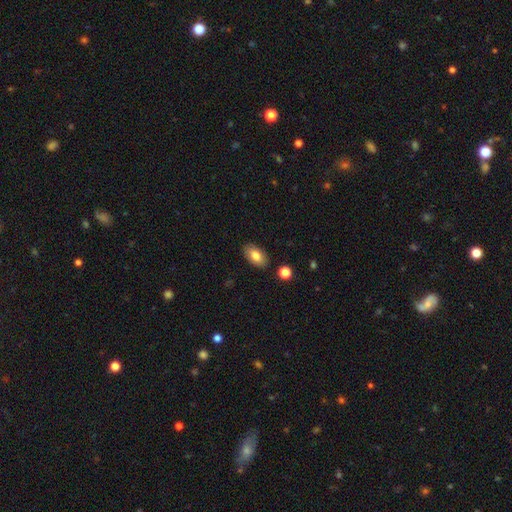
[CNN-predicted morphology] The model was most divided on "smooth or featured": smooth: 80%, featured or disk: 13%, star or artifact: 7%. More confident: how rounded — in between (93%); merging — none (87%).